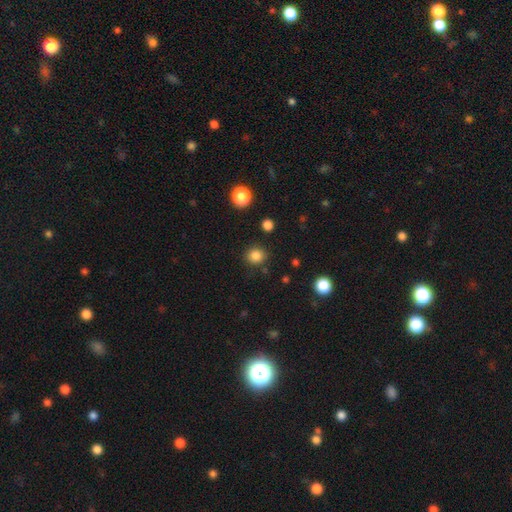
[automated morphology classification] A smooth galaxy with no disk features (84%) that is round (86%).

Vote fractions:
- Smooth or featured? smooth: 84% / star or artifact: 12% / featured or disk: 4%
- How rounded? round: 86% / in between: 13% / cigar-shaped: 1%
- Merging? none: 87% / minor disturbance: 8% / major disturbance: 3% / merger: 2%